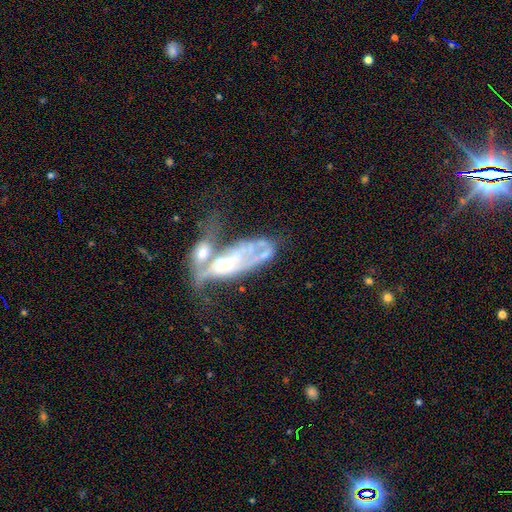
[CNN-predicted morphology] This is likely a featured or disk galaxy (71%). It is clearly not viewed edge-on (86%). Bar: likely no (73%). Spiral arm pattern: possibly yes (52%). Central bulge: marginally moderate (41%). Merging: likely merger (66%).